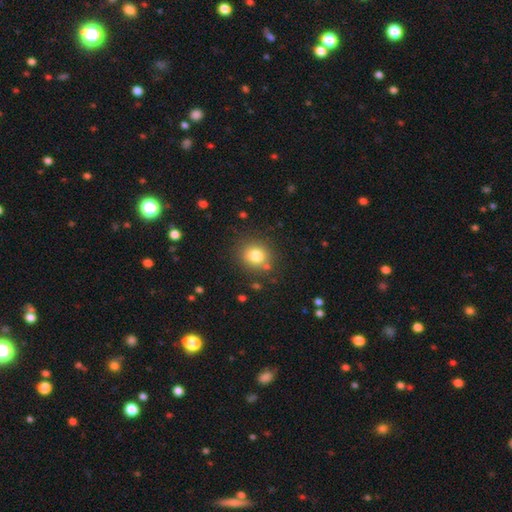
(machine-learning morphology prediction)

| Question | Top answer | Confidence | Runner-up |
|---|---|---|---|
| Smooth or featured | smooth | 80% | star or artifact (12%) |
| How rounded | round | 83% | in between (16%) |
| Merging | none | 82% | minor disturbance (10%) |